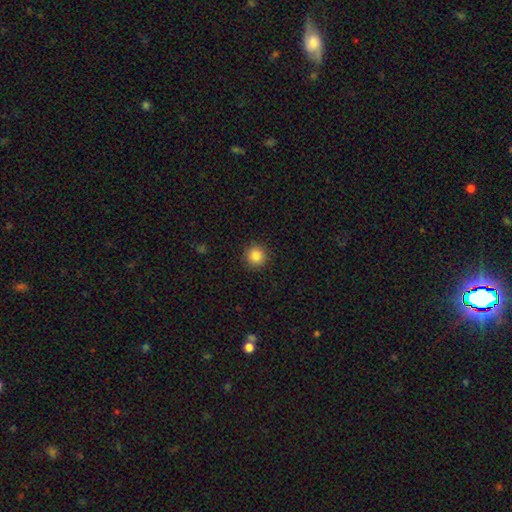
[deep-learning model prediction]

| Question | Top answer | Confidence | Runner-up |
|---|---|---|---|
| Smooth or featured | smooth | 85% | star or artifact (10%) |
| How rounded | round | 95% | in between (4%) |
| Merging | none | 92% | minor disturbance (5%) |